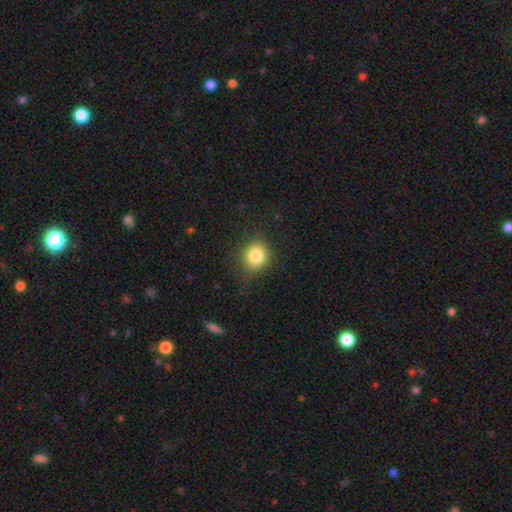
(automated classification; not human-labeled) This is clearly a smooth galaxy (82%). How rounded: likely round (80%). Merging: clearly none (81%).